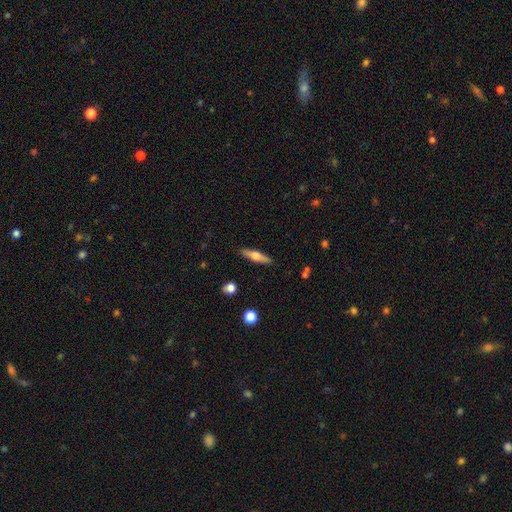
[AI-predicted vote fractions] This appears to be a smooth galaxy with no disk features (48%). Merging: none (89%).